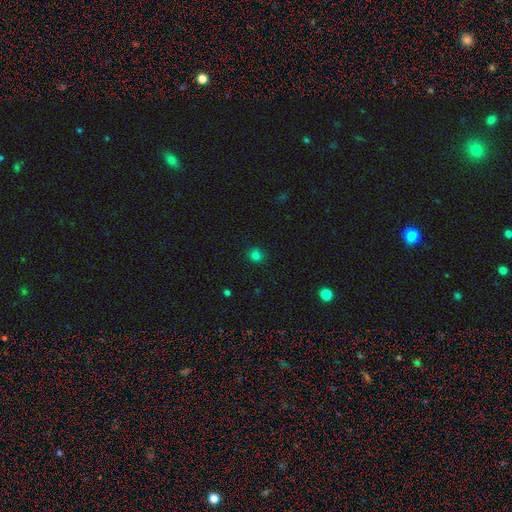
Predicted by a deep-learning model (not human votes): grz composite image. It shows a smooth galaxy with no disk features (78%) that is round (90%). Merging: none (89%).